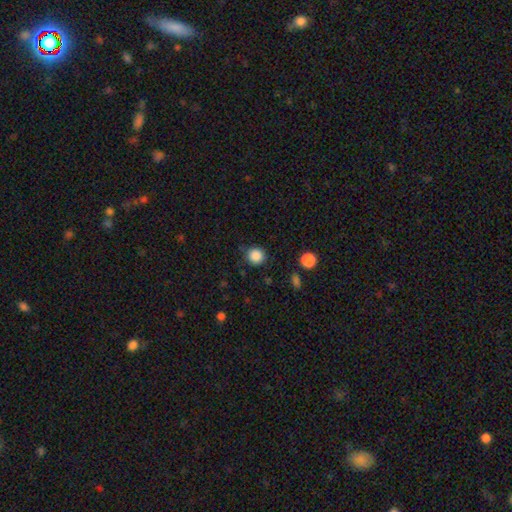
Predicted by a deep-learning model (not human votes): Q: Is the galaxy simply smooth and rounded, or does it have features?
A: smooth — 87%.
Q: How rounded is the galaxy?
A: round — 93%.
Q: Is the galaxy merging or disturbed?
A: none — 86%.